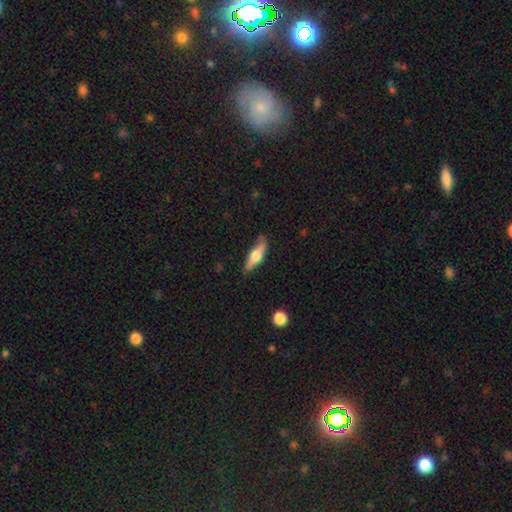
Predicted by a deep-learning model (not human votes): smooth_or_featured: smooth (p=0.49) [alt: featured or disk p=0.45]
merging: none (p=0.80) [alt: minor disturbance p=0.15]